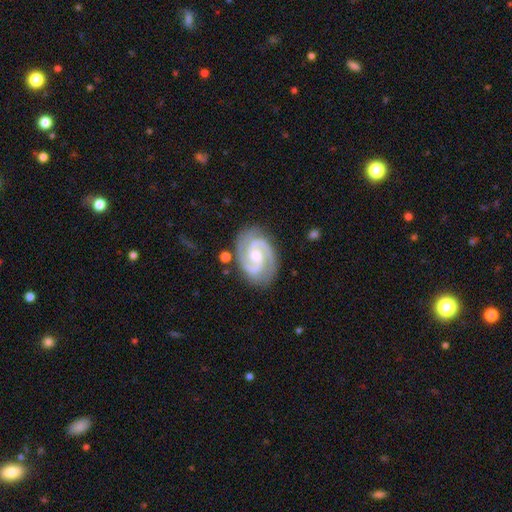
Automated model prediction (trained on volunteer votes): Smooth or featured?
  - featured or disk: 93% *
  - star or artifact: 4%
  - smooth: 3%
Edge-on disk?
  - no: 98% *
  - yes: 2%
Bar?
  - no: 50% *
  - weak: 37%
  - strong: 13%
Spiral arms?
  - yes: 99% *
  - no: 1%
Spiral winding?
  - tight: 53% *
  - medium: 42%
  - loose: 5%
Spiral arm count?
  - 2: 93% *
  - 3: 2%
  - can't tell: 2%
  - 1: 1%
  - 4: 1%
  - more than 4: 1%
Bulge size?
  - moderate: 54% *
  - small: 31%
  - large: 7%
  - none: 7%
  - dominant: 1%
Merging?
  - none: 83% *
  - minor disturbance: 12%
  - major disturbance: 3%
  - merger: 2%